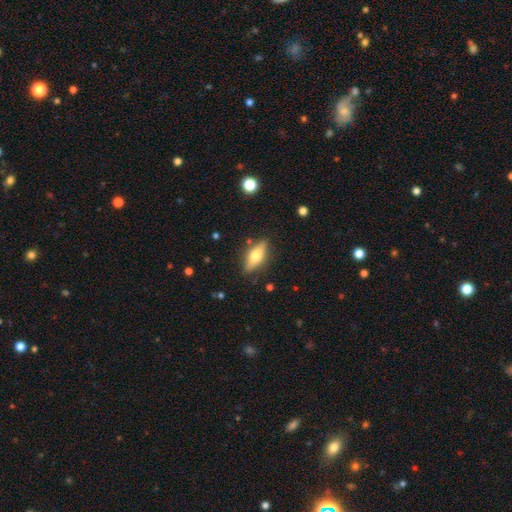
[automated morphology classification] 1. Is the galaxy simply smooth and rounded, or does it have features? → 55% smooth, 38% featured or disk, 7% star or artifact.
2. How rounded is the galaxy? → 69% in between, 28% cigar-shaped, 4% round.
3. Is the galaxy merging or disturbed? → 83% none, 12% minor disturbance, 3% major disturbance, 2% merger.